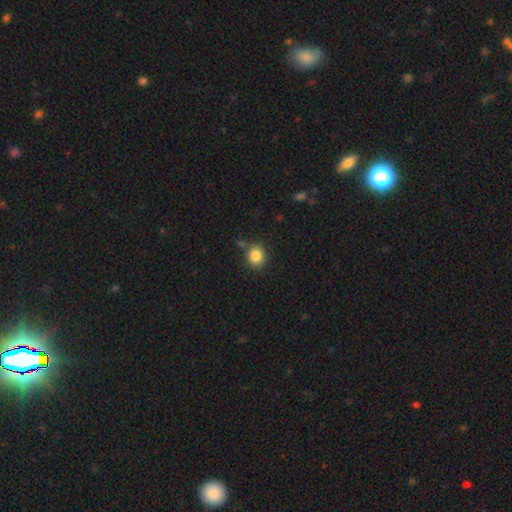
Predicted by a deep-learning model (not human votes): smooth 85%, star or artifact 10%, featured or disk 5%. Down the decision tree: how rounded — round (77%); merging — none (81%).